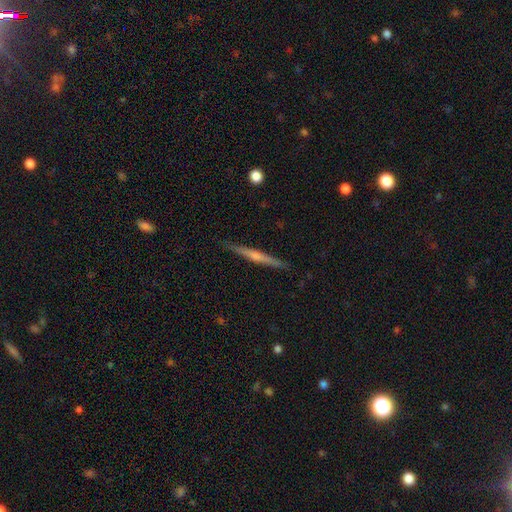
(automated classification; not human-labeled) This is likely a featured or disk galaxy (66%). It is clearly viewed edge-on (98%). Edge-on bulge: possibly rounded (57%). Merging: clearly none (90%).